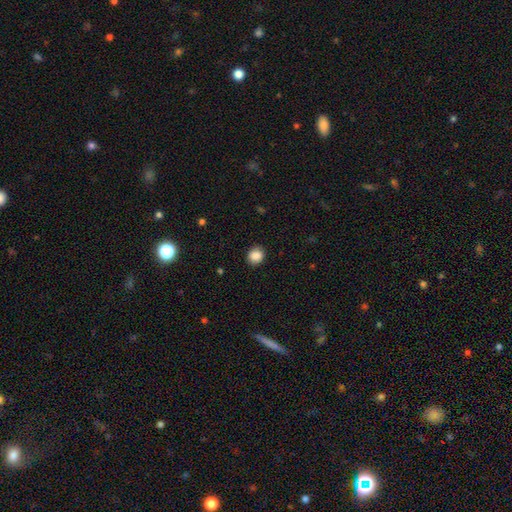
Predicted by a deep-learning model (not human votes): A smooth galaxy with no disk features (87%) that is round (75%). Merging: none (89%).